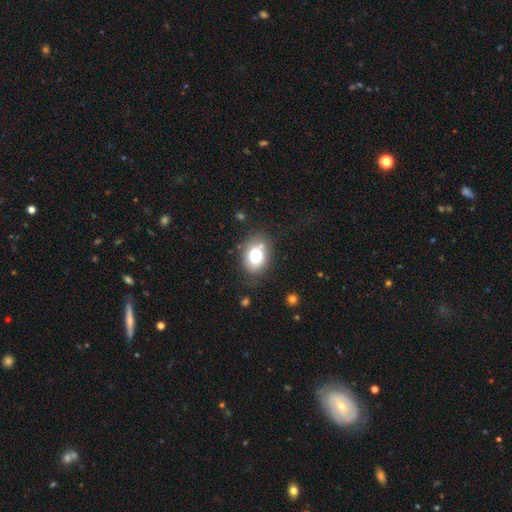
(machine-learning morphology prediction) Overall: smooth (78%). How rounded: in between (68%; round 31%). Merging: none (69%).